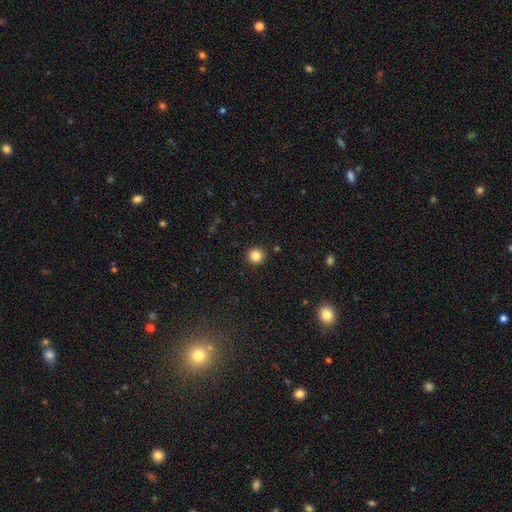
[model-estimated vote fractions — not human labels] The model was most divided on "smooth or featured": smooth: 84%, star or artifact: 11%, featured or disk: 4%. More confident: how rounded — round (94%); merging — none (92%).